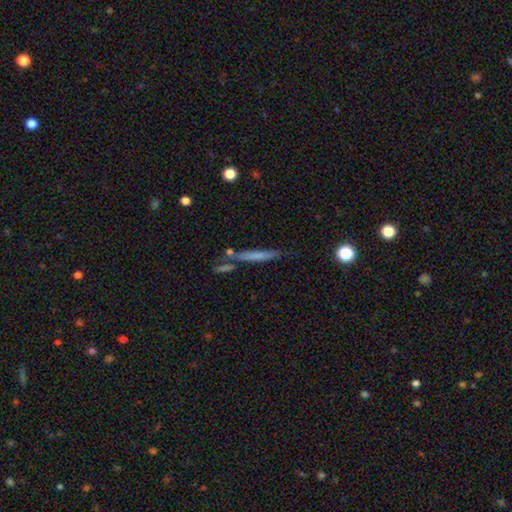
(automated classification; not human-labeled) Smooth or featured?
  - smooth: 56% *
  - featured or disk: 35%
  - star or artifact: 9%
How rounded?
  - cigar-shaped: 92% *
  - in between: 5%
  - round: 3%
Merging?
  - none: 72% *
  - minor disturbance: 13%
  - merger: 12%
  - major disturbance: 4%